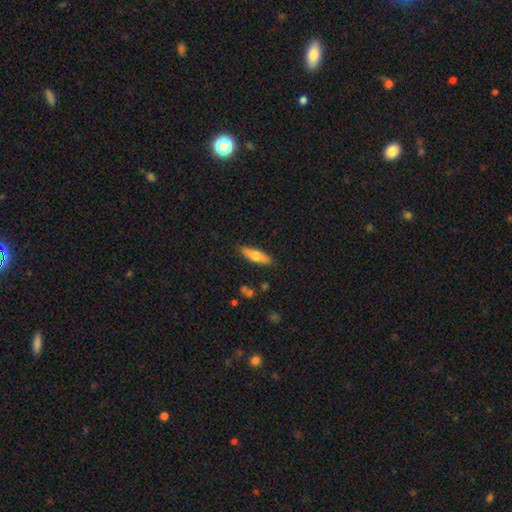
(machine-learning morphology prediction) Q: Smooth or featured?
A: smooth (60%); runner-up: featured or disk (34%)
Q: How rounded?
A: cigar-shaped (58%); runner-up: in between (40%)
Q: Merging?
A: none (87%); runner-up: minor disturbance (9%)